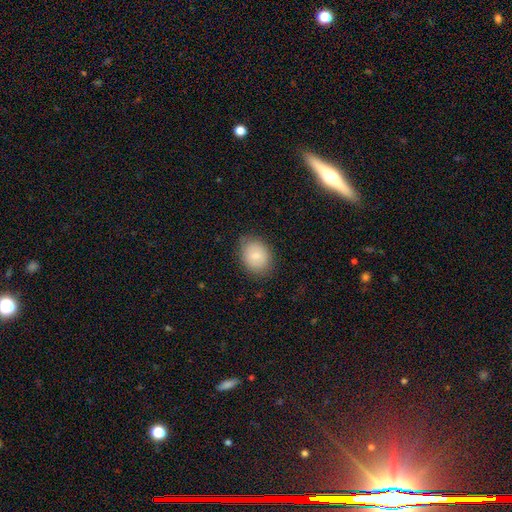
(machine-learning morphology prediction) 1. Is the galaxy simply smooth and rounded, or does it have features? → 82% smooth, 11% featured or disk, 7% star or artifact.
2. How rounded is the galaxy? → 56% in between, 43% round, 1% cigar-shaped.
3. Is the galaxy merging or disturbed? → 78% none, 17% minor disturbance, 4% major disturbance, 1% merger.